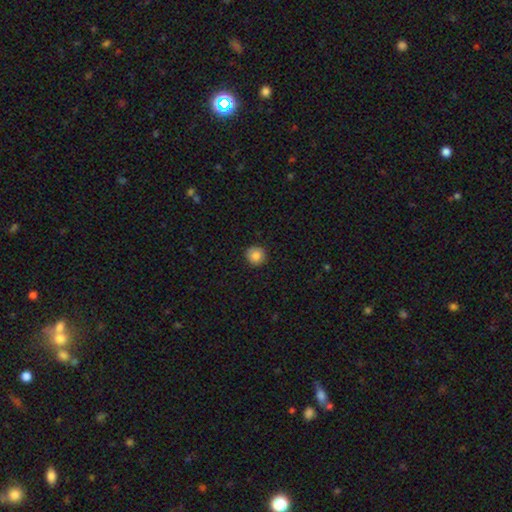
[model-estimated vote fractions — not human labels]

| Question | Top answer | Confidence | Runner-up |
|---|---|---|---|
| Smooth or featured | smooth | 85% | star or artifact (9%) |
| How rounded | round | 93% | in between (6%) |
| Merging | none | 90% | minor disturbance (7%) |